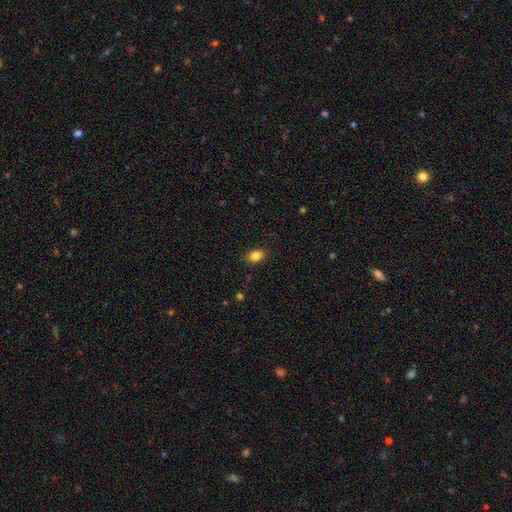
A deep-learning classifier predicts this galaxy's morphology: smooth_or_featured: smooth (p=0.84) [alt: star or artifact p=0.10]
how_rounded: in between (p=0.78) [alt: round p=0.20]
merging: none (p=0.87) [alt: minor disturbance p=0.10]